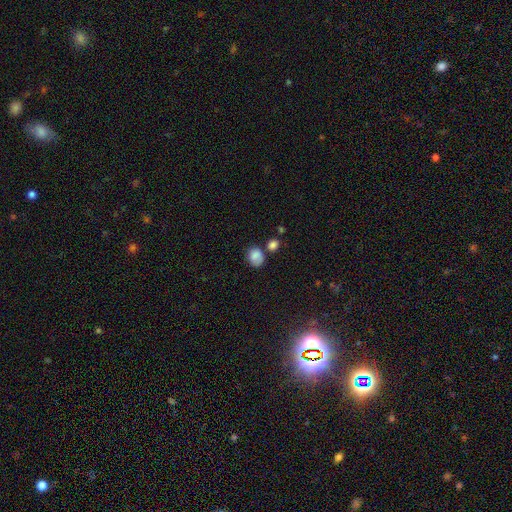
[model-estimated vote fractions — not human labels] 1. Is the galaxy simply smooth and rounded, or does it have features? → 83% smooth, 9% star or artifact, 8% featured or disk.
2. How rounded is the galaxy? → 53% round, 46% in between, 1% cigar-shaped.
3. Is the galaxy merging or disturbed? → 53% none, 21% minor disturbance, 18% merger, 8% major disturbance.